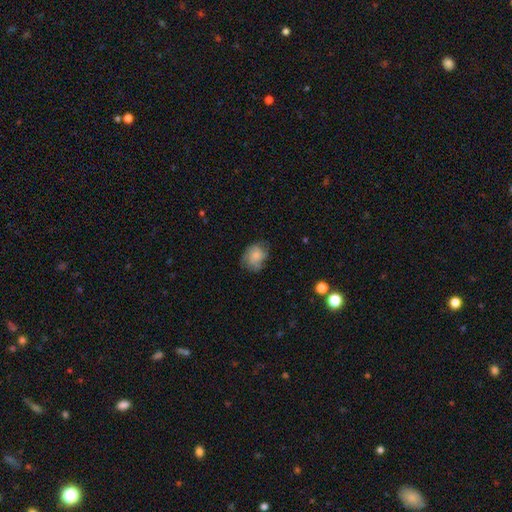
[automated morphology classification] Smooth or featured? Predicted: smooth (p=0.59). How rounded? Predicted: in between (p=0.51). Merging? Predicted: none (p=0.60).